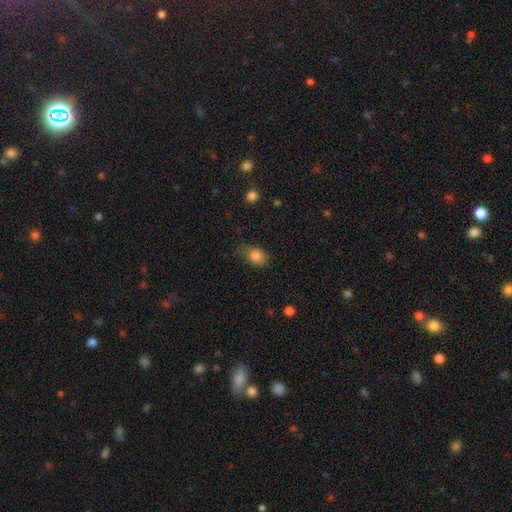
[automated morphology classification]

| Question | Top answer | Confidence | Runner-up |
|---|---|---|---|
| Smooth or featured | smooth | 84% | star or artifact (10%) |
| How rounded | in between | 57% | round (42%) |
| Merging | none | 60% | minor disturbance (29%) |